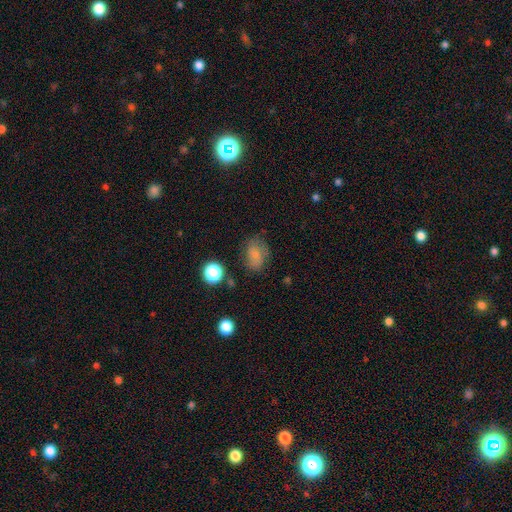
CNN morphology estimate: The model was most divided on "how rounded": in between: 70%, round: 29%, cigar-shaped: 1%. More confident: smooth or featured — smooth (73%); merging — none (66%).